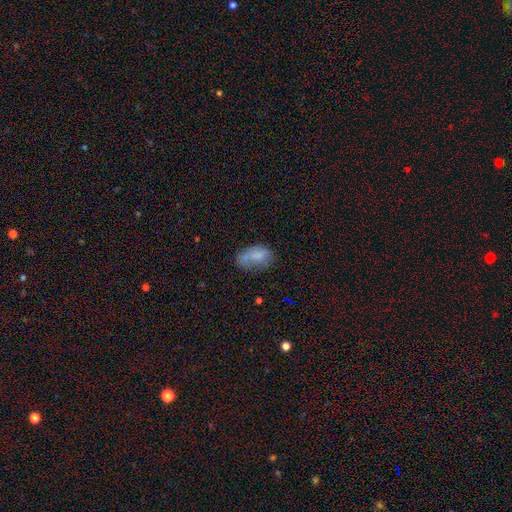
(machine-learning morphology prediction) The model was most divided on "merging": none: 45%, minor disturbance: 31%, major disturbance: 17%, merger: 6%. More confident: how rounded — in between (90%); smooth or featured — smooth (68%).